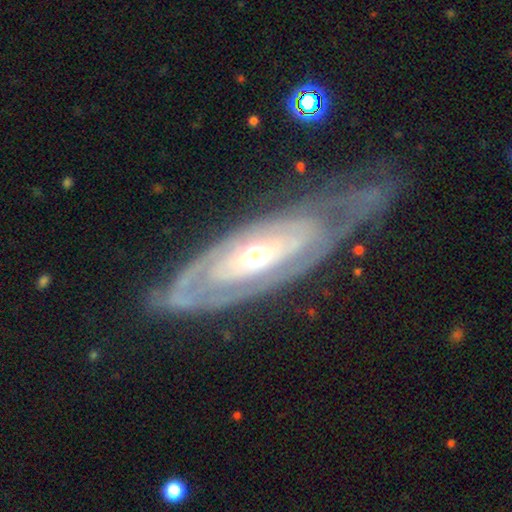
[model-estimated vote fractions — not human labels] This appears to be a featured or disk galaxy (83%) with no bar (72%), tight (72%) spiral arms (71%) and a moderate central bulge (62%). Merging: none (59%).